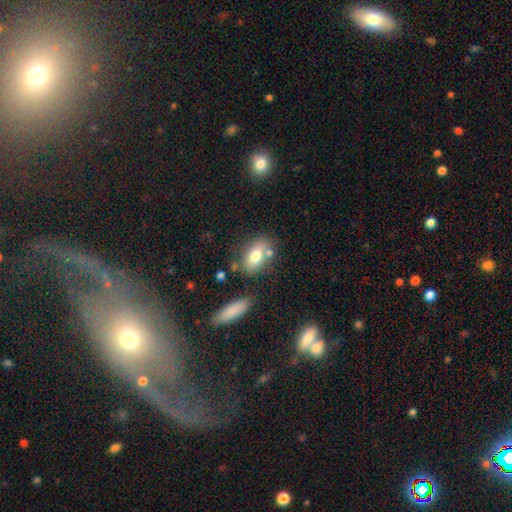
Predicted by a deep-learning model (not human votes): smooth_or_featured: smooth (p=0.74) [alt: featured or disk p=0.18]
how_rounded: in between (p=0.84) [alt: round p=0.10]
merging: none (p=0.66) [alt: minor disturbance p=0.15]